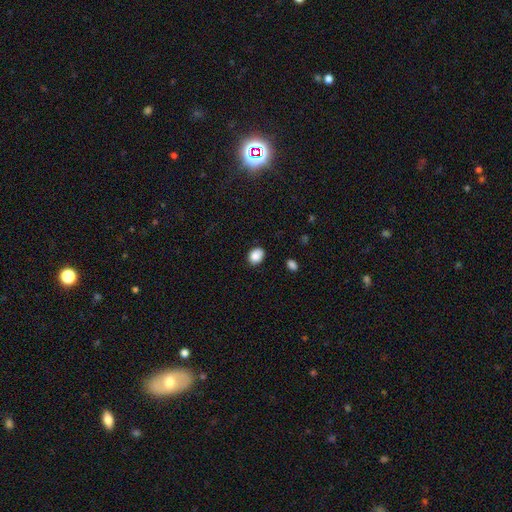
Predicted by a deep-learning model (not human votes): Q: Smooth or featured?
A: smooth (88%); runner-up: star or artifact (8%)
Q: How rounded?
A: in between (59%); runner-up: round (40%)
Q: Merging?
A: none (83%); runner-up: minor disturbance (13%)